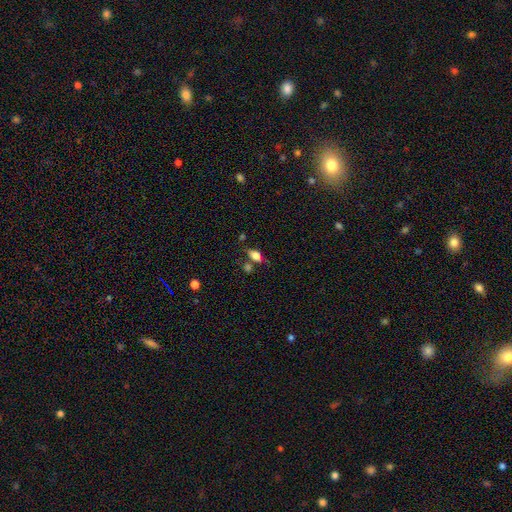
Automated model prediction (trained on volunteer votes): Smooth or featured? smooth (71%)
How rounded? in between (81%)
Merging? none (60%)